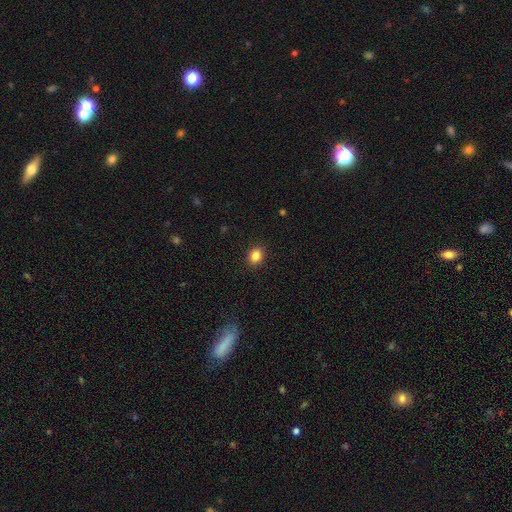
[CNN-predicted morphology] smooth 85%, star or artifact 11%, featured or disk 5%. Down the decision tree: how rounded — round (63%); merging — none (91%).